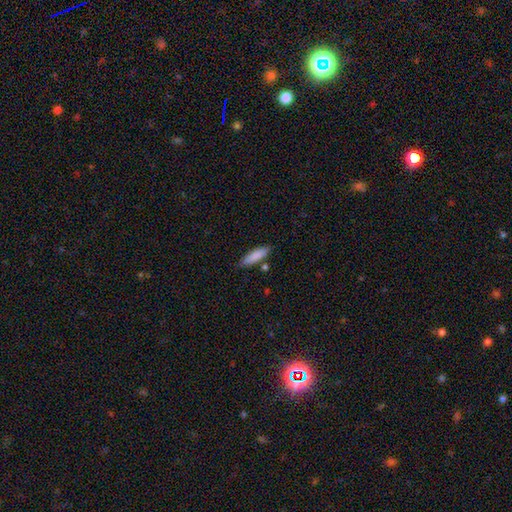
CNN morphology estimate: Overall: smooth (85%). How rounded: cigar-shaped (60%; in between 39%). Merging: none (80%).